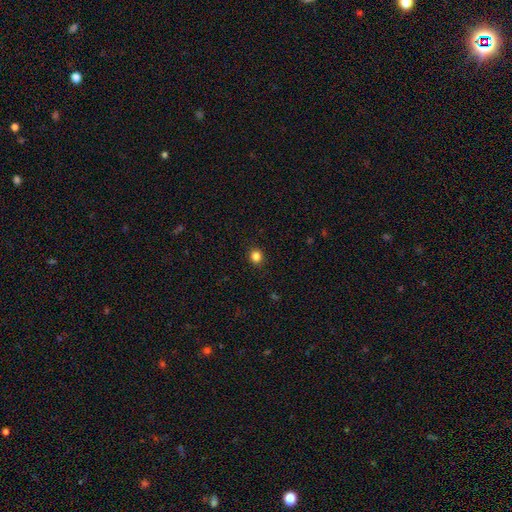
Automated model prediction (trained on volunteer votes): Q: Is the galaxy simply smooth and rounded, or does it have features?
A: smooth — 84%.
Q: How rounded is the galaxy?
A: round — 85%.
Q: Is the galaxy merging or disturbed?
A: none — 92%.